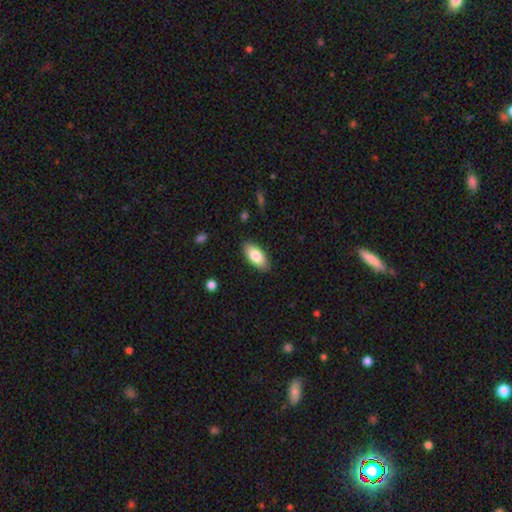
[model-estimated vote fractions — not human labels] Overall: smooth (81%). How rounded: in between (89%). Merging: none (88%).